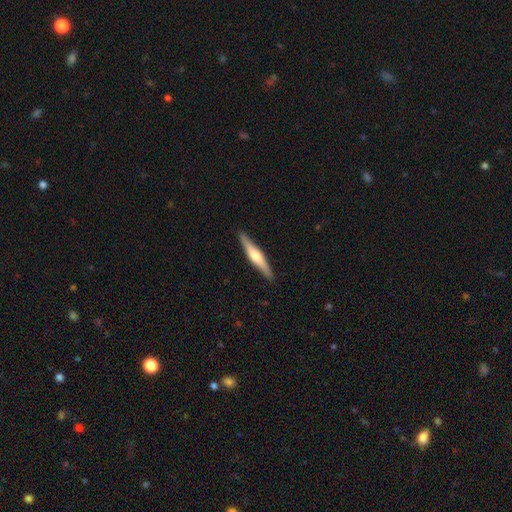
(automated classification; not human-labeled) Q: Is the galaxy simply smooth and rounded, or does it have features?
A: featured or disk — 60%.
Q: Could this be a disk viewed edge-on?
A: yes — 97%.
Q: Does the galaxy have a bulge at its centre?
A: rounded — 83%.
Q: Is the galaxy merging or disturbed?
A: none — 90%.